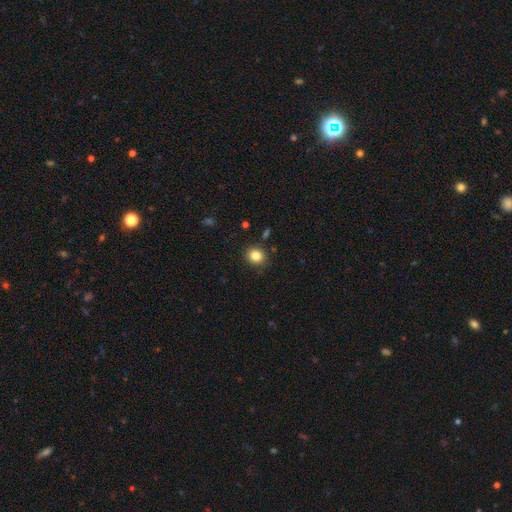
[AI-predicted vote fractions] Smooth or featured? smooth (84%)
How rounded? round (78%)
Merging? none (87%)